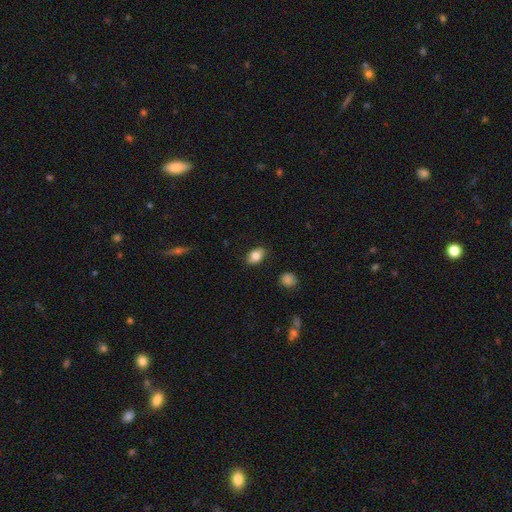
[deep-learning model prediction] smooth-or-featured: smooth: 82% | featured or disk: 10% | star or artifact: 8%
  how-rounded: in between: 84% | round: 14% | cigar-shaped: 2%
  merging: none: 84% | minor disturbance: 12% | major disturbance: 3% | merger: 1%